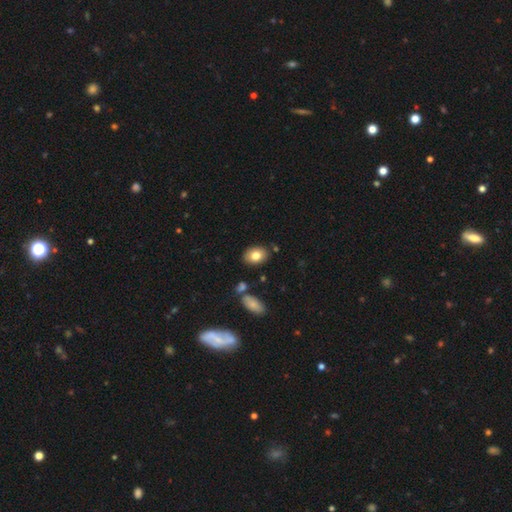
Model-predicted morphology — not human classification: A smooth galaxy with no disk features (80%) that is in between round and cigar-shaped (78%).

Vote fractions:
- Smooth or featured? smooth: 80% / featured or disk: 12% / star or artifact: 8%
- How rounded? in between: 78% / round: 21% / cigar-shaped: 1%
- Merging? none: 82% / minor disturbance: 11% / merger: 4% / major disturbance: 3%